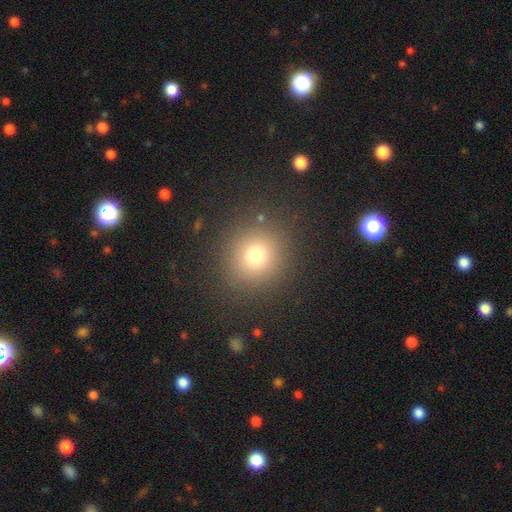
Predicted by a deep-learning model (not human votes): Overall: smooth (73%). How rounded: round (90%). Merging: none (88%).